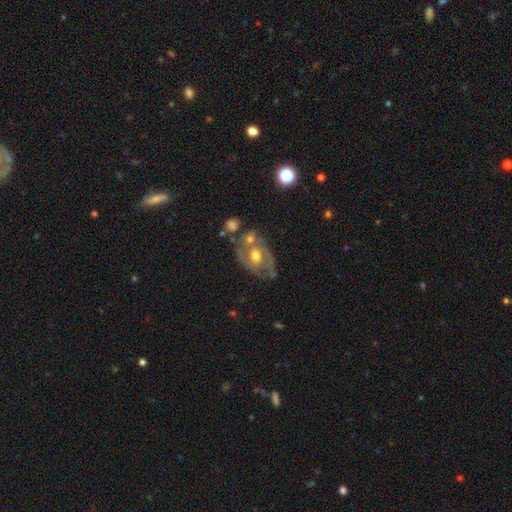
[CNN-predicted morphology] Overall: featured or disk (69%). Edge-on disk: no (95%). Bar: no (67%). Spiral arms: yes (68%; no 32%). Bulge size: moderate (75%). Merging: none (51%; minor disturbance 22%).